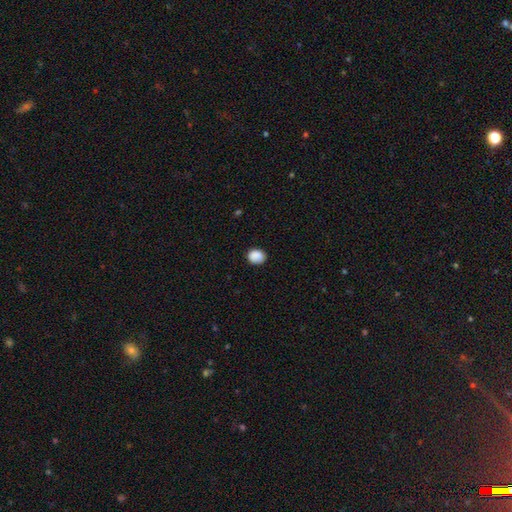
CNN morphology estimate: This is clearly a smooth galaxy (88%). How rounded: possibly round (58%). Merging: clearly none (84%).